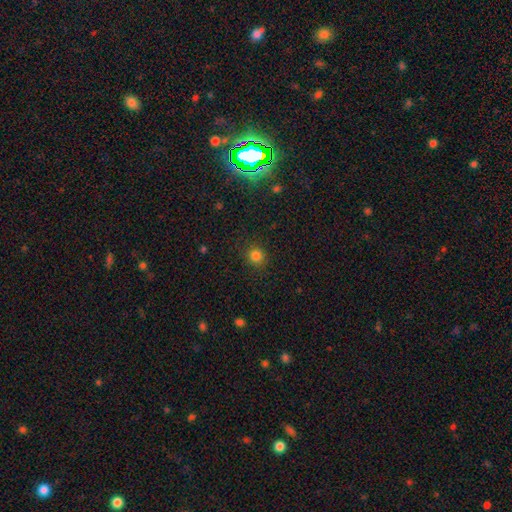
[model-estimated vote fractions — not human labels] This is clearly a smooth galaxy (81%). How rounded: clearly round (90%). Merging: clearly none (89%).